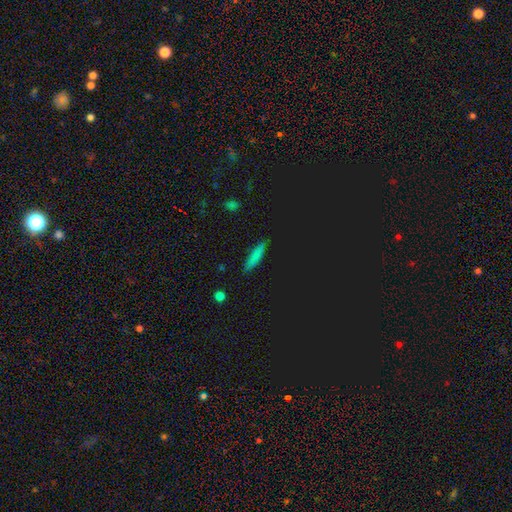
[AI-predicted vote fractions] This appears to be a smooth galaxy with no disk features (71%) that is cigar-shaped (73%). Merging: none (85%).